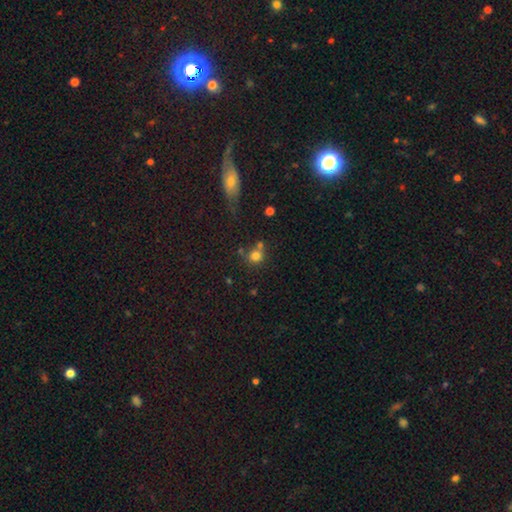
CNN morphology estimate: This appears to be a smooth galaxy with no disk features (76%) that is round (87%). Merging: none (58%).